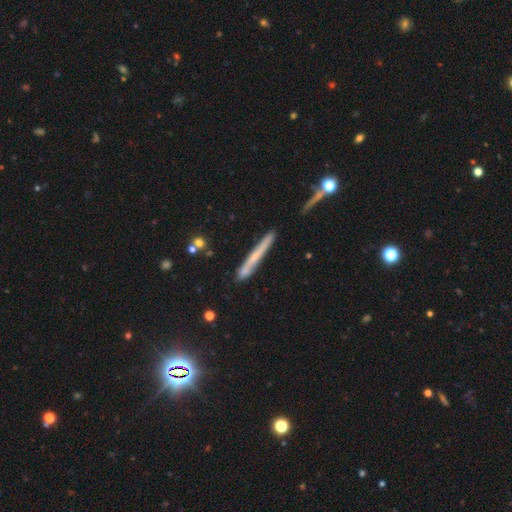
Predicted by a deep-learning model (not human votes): smooth-or-featured: smooth: 49% | featured or disk: 44% | star or artifact: 7%
  merging: none: 77% | minor disturbance: 15% | merger: 5% | major disturbance: 3%